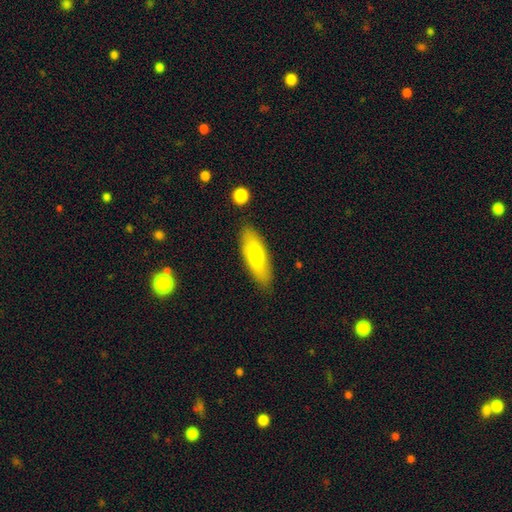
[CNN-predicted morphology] Smooth or featured? Predicted: smooth (p=0.69). How rounded? Predicted: in between (p=0.63). Merging? Predicted: none (p=0.83).